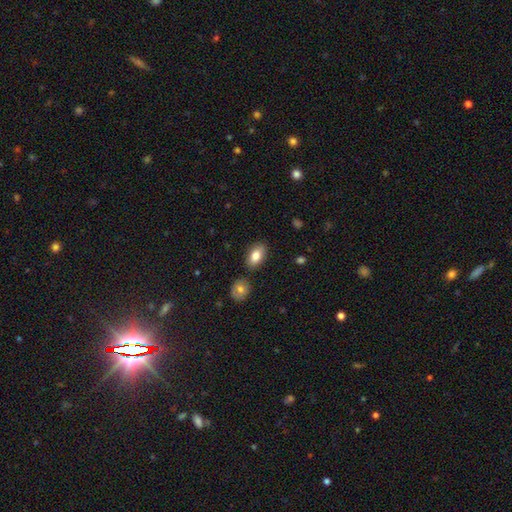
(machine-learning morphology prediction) Smooth or featured? Predicted: smooth (p=0.82). How rounded? Predicted: in between (p=0.91). Merging? Predicted: none (p=0.81).